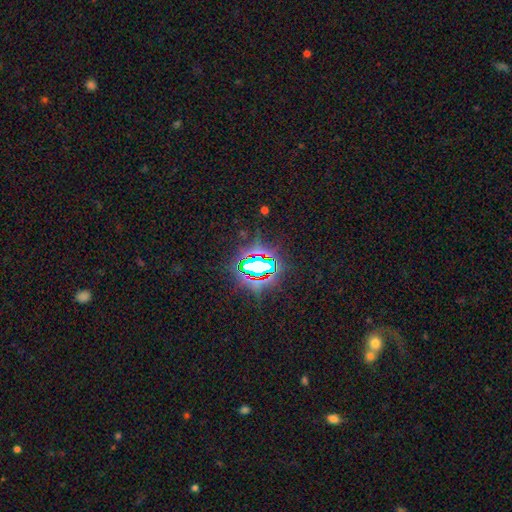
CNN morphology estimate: Q: Smooth or featured?
A: star or artifact (81%); runner-up: smooth (11%)